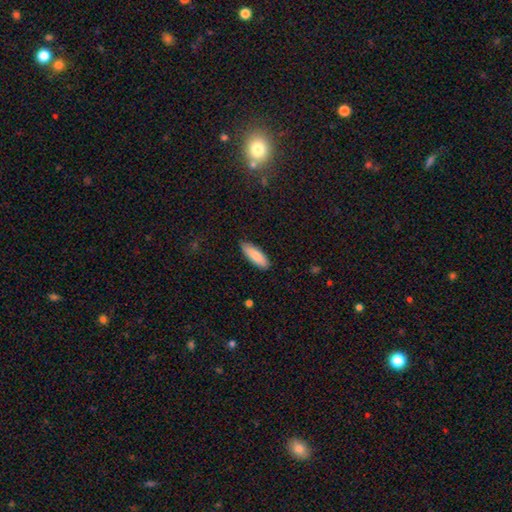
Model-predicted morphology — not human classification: Smooth or featured?
  - smooth: 85% *
  - featured or disk: 9%
  - star or artifact: 6%
How rounded?
  - in between: 54% *
  - cigar-shaped: 44%
  - round: 2%
Merging?
  - none: 86% *
  - minor disturbance: 11%
  - major disturbance: 2%
  - merger: 1%